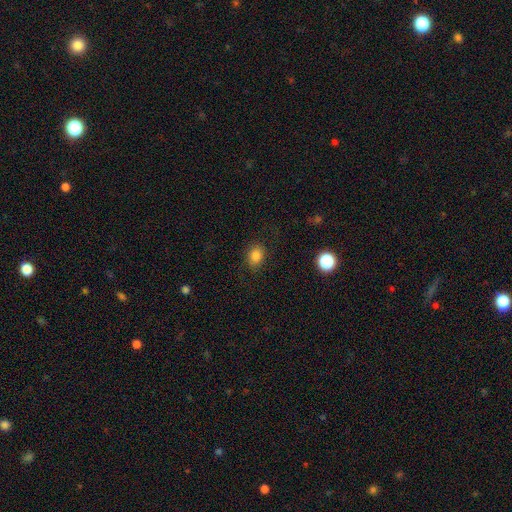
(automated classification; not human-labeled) The model was most divided on "how rounded": in between: 56%, round: 43%, cigar-shaped: 1%. More confident: merging — none (85%); smooth or featured — smooth (82%).